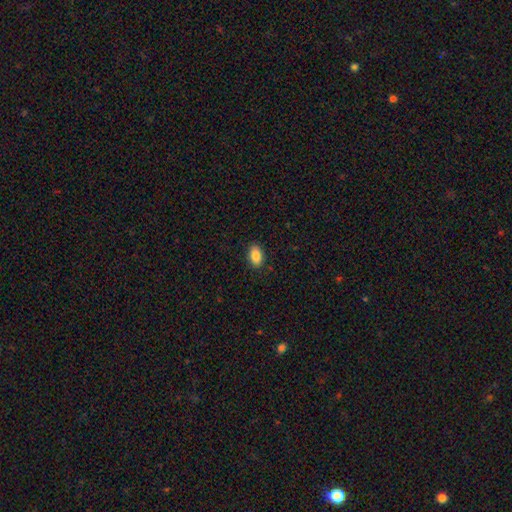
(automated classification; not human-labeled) Smooth or featured: smooth — 88% (star or artifact — 8%)
How rounded: in between — 90% (round — 8%)
Merging: none — 88% (minor disturbance — 9%)